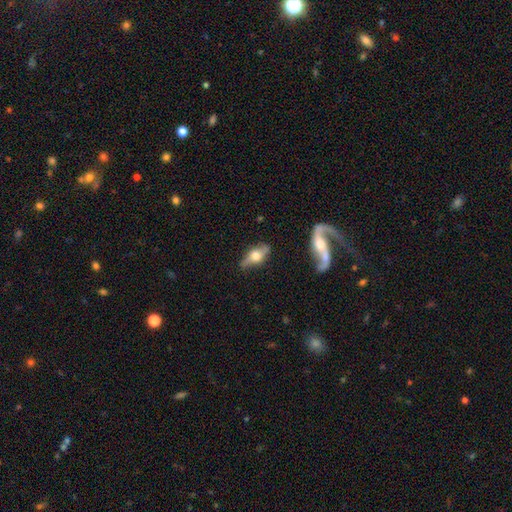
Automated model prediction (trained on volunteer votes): Q: Smooth or featured?
A: featured or disk (63%); runner-up: smooth (31%)
Q: Edge-on disk?
A: yes (75%); runner-up: no (25%)
Q: Merging?
A: none (75%); runner-up: minor disturbance (16%)